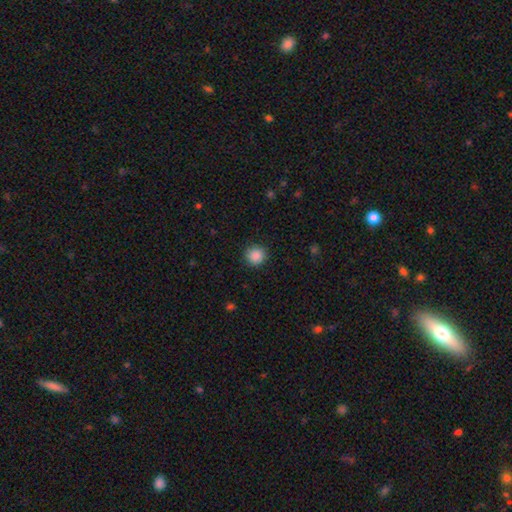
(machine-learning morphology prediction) Overall: smooth (88%). How rounded: round (93%). Merging: none (90%).